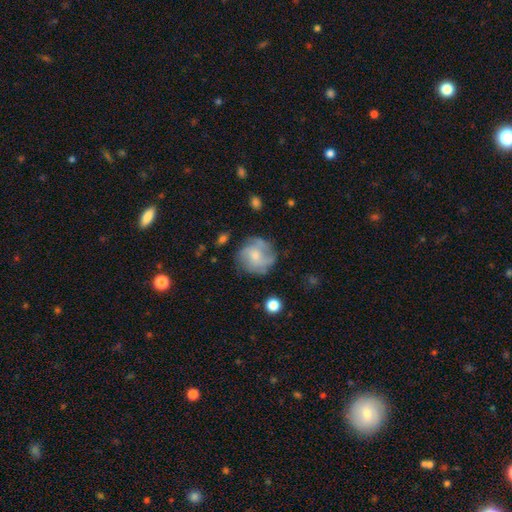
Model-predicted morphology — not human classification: type=featured or disk (50%); merging=none (66%).